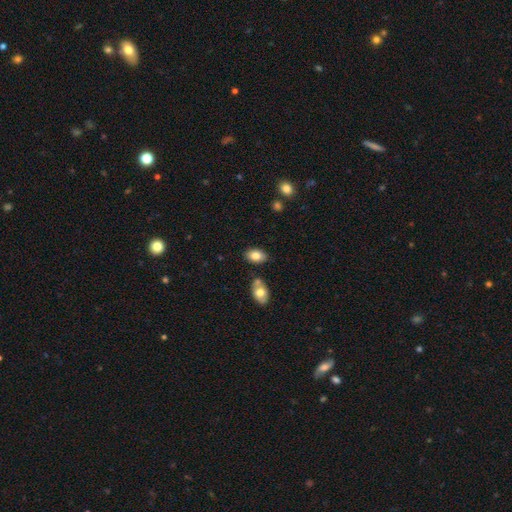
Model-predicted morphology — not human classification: type=smooth (80%); roundness=in between (88%); merging=none (76%).